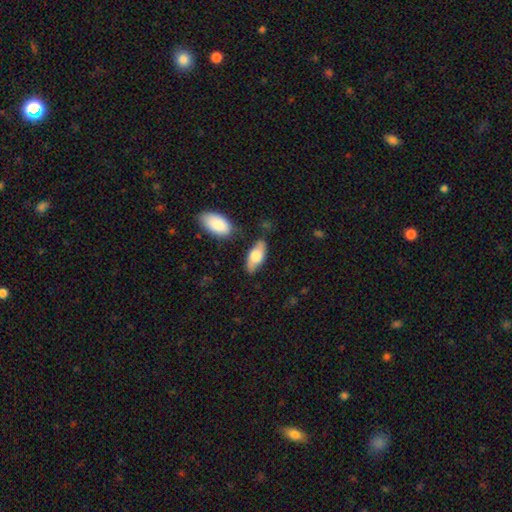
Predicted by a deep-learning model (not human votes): smooth 62%, featured or disk 32%, star or artifact 6%. Down the decision tree: how rounded — in between (83%); merging — none (75%).